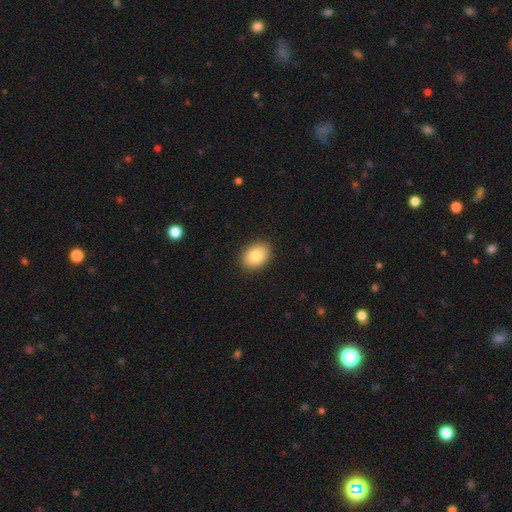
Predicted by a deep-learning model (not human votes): Morphology: type=smooth (84%); roundness=in between (70%); merging=none (90%).